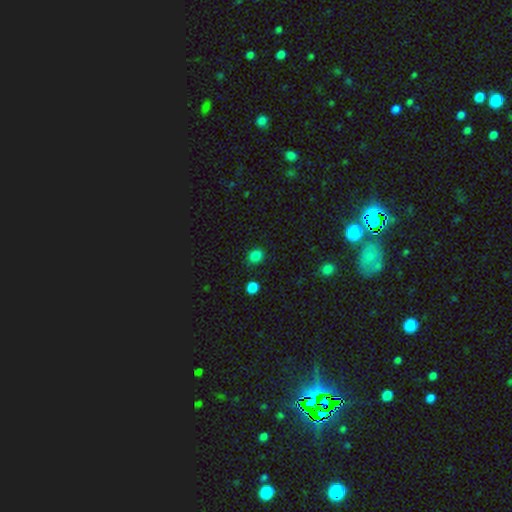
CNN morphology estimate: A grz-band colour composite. It shows a smooth galaxy with no disk features (83%) that is round (60%). Merging: none (82%).